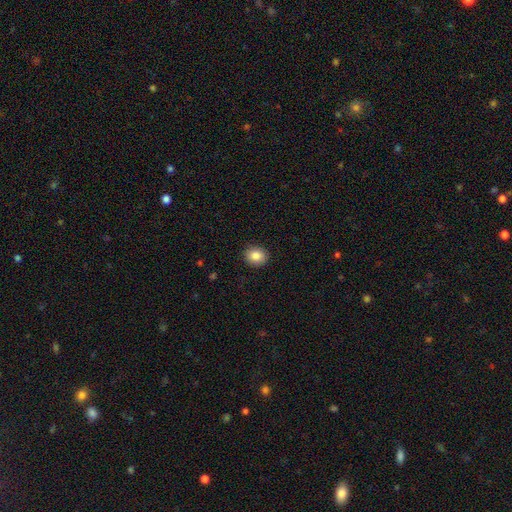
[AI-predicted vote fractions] Morphology: type=smooth (86%); roundness=round (67%); merging=none (90%).